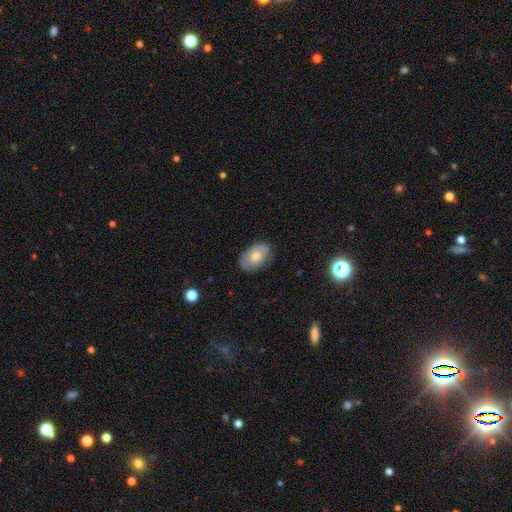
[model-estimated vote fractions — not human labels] Q: Smooth or featured?
A: smooth (62%); runner-up: featured or disk (29%)
Q: How rounded?
A: in between (86%); runner-up: round (12%)
Q: Merging?
A: none (81%); runner-up: minor disturbance (14%)